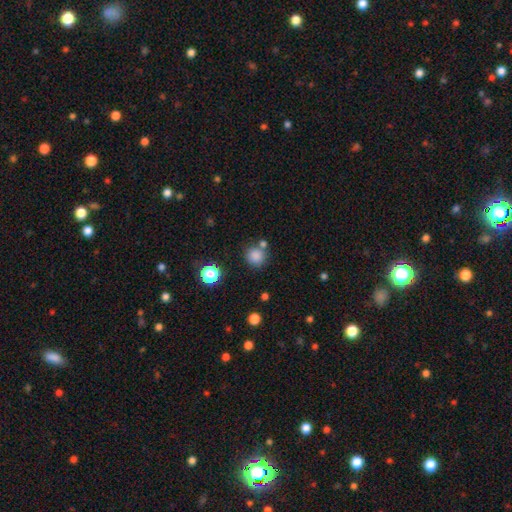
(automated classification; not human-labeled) A smooth galaxy with no disk features (83%) that is round (91%).

Vote fractions:
- Smooth or featured? smooth: 83% / star or artifact: 13% / featured or disk: 5%
- How rounded? round: 91% / in between: 8% / cigar-shaped: 1%
- Merging? none: 73% / merger: 13% / minor disturbance: 10% / major disturbance: 4%